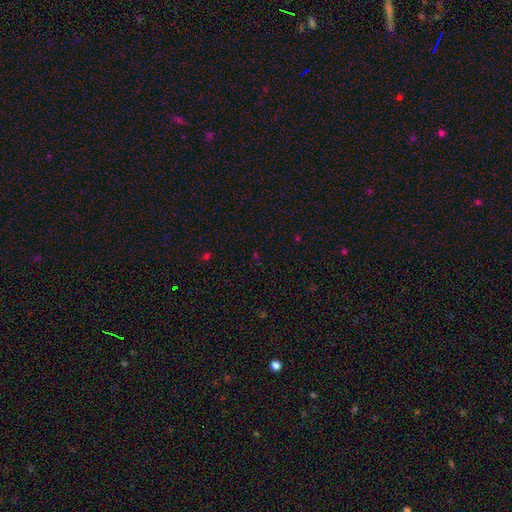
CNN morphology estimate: smooth_or_featured: star or artifact (p=0.64) [alt: smooth p=0.28]